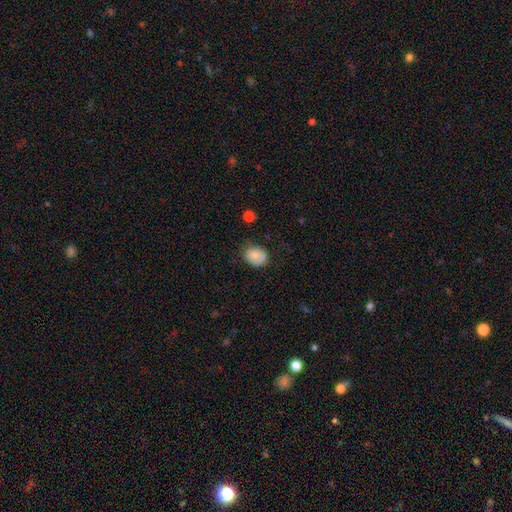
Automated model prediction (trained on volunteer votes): Q: Smooth or featured?
A: smooth (81%); runner-up: featured or disk (11%)
Q: How rounded?
A: in between (57%); runner-up: round (42%)
Q: Merging?
A: none (66%); runner-up: minor disturbance (26%)